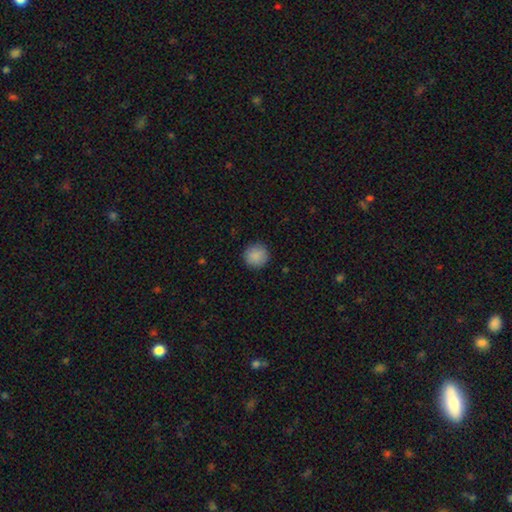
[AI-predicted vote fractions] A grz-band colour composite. It shows a smooth galaxy with no disk features (89%) that is round (95%). Merging: none (90%).